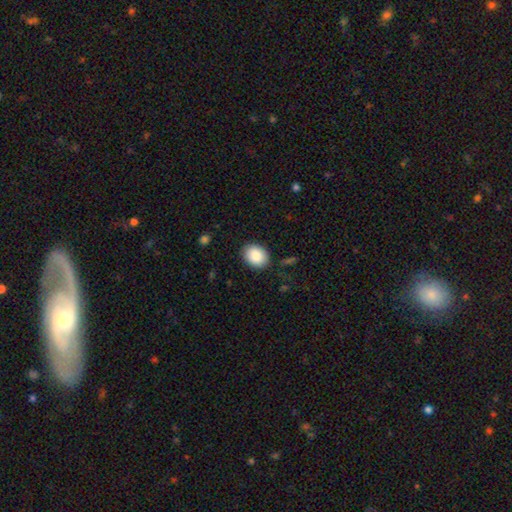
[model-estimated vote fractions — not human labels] This is clearly a smooth galaxy (88%). How rounded: possibly in between (59%). Merging: clearly none (87%).